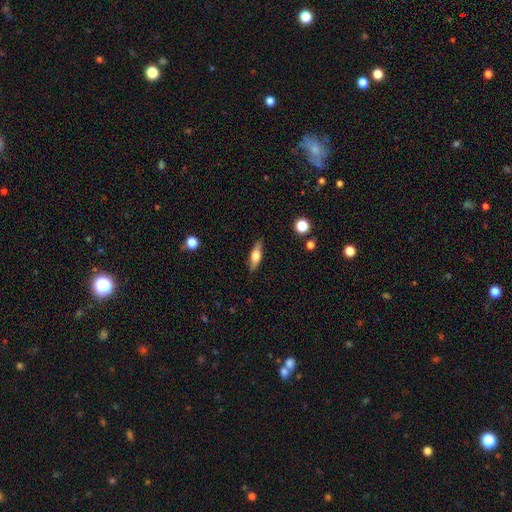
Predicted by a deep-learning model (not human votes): smooth_or_featured: smooth (p=0.56) [alt: featured or disk p=0.37]
how_rounded: in between (p=0.50) [alt: cigar-shaped p=0.46]
merging: none (p=0.85) [alt: minor disturbance p=0.11]